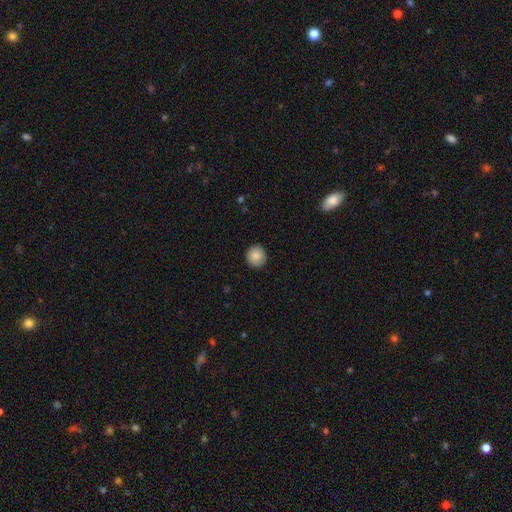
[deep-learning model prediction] Overall: smooth (87%). How rounded: round (92%). Merging: none (89%).